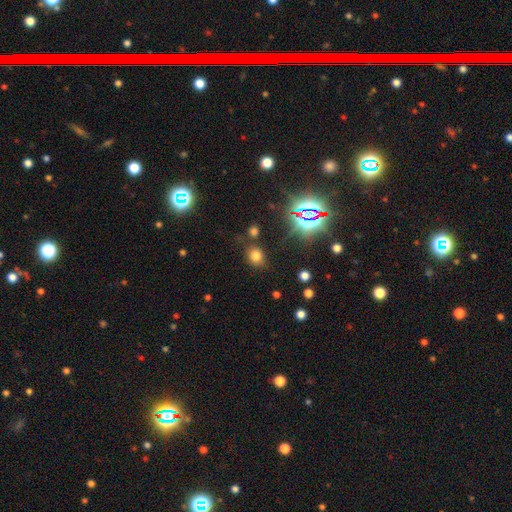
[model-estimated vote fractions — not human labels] Smooth or featured? smooth (68%)
How rounded? round (50%)
Merging? none (77%)